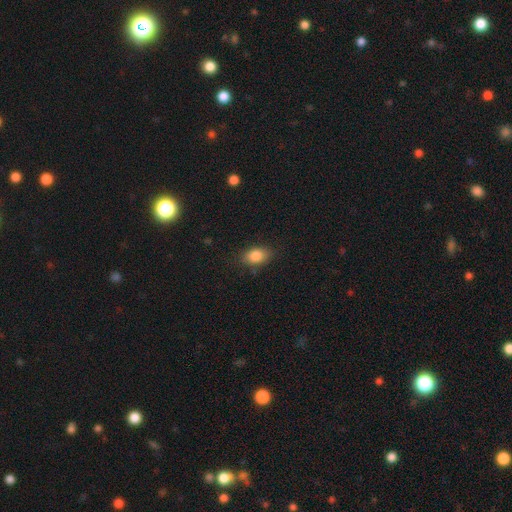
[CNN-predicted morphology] A smooth galaxy with no disk features (84%) that is in between round and cigar-shaped (83%).

Vote fractions:
- Smooth or featured? smooth: 84% / star or artifact: 9% / featured or disk: 7%
- How rounded? in between: 83% / round: 15% / cigar-shaped: 2%
- Merging? none: 82% / minor disturbance: 13% / major disturbance: 3% / merger: 1%